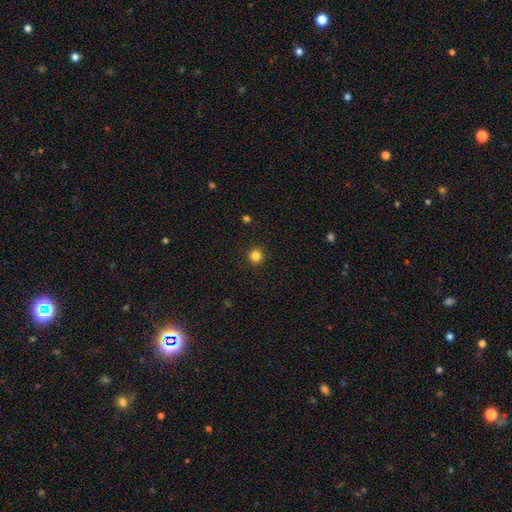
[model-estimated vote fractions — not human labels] smooth-or-featured: smooth: 84% | star or artifact: 12% | featured or disk: 4%
  how-rounded: round: 95% | in between: 4% | cigar-shaped: 1%
  merging: none: 93% | minor disturbance: 5% | major disturbance: 2% | merger: 1%